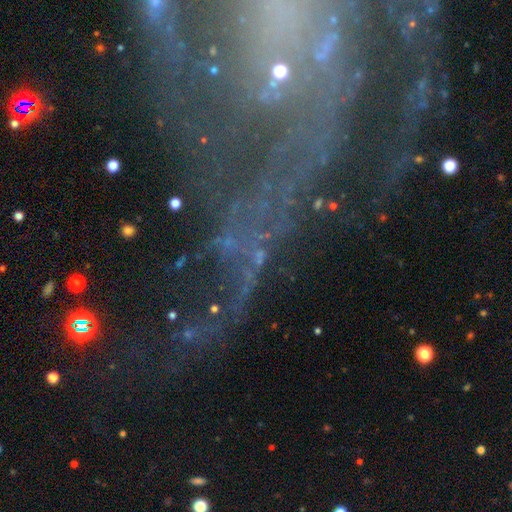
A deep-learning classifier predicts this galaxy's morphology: smooth-or-featured: star or artifact: 54% | featured or disk: 33% | smooth: 14%